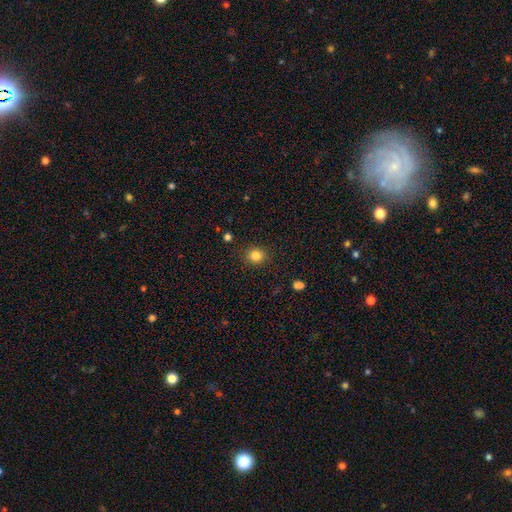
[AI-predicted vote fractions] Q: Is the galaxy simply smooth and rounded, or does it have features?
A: smooth — 83%.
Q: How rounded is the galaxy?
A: round — 85%.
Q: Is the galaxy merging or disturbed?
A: none — 89%.